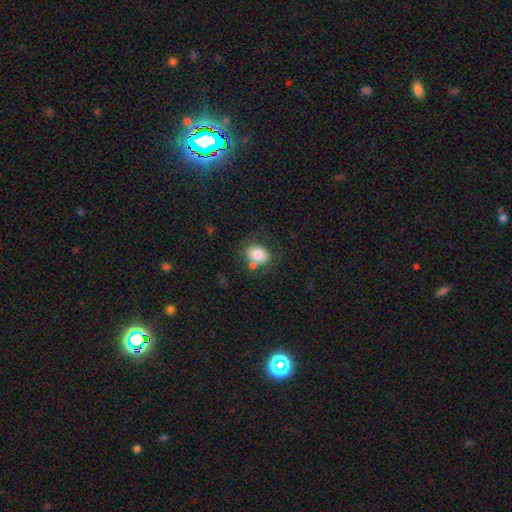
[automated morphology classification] A smooth galaxy with no disk features (76%) that is in between round and cigar-shaped (52%).

Vote fractions:
- Smooth or featured? smooth: 76% / featured or disk: 13% / star or artifact: 11%
- How rounded? in between: 52% / round: 47% / cigar-shaped: 1%
- Merging? none: 65% / minor disturbance: 16% / merger: 14% / major disturbance: 5%